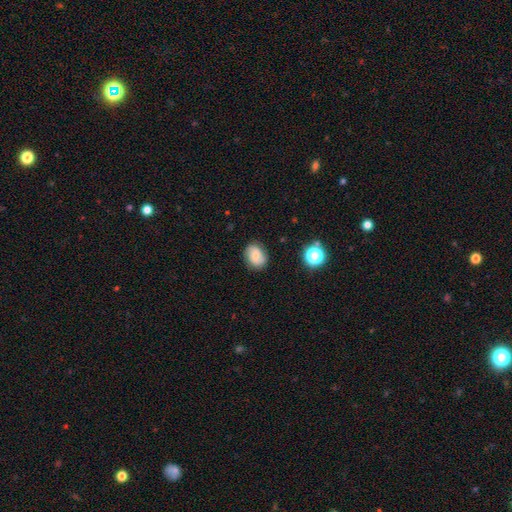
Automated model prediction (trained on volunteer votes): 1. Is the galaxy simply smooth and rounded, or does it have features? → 60% smooth, 29% featured or disk, 11% star or artifact.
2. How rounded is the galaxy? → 57% in between, 42% round, 1% cigar-shaped.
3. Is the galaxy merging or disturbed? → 80% none, 15% minor disturbance, 4% major disturbance, 2% merger.